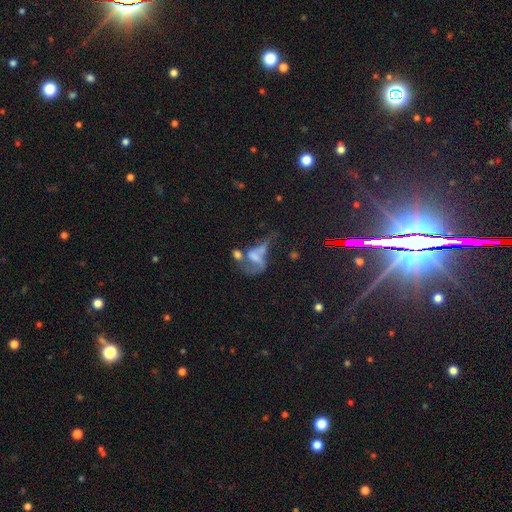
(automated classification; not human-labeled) smooth-or-featured: featured or disk: 49% | smooth: 36% | star or artifact: 16%
  merging: merger: 40% | major disturbance: 35% | none: 15% | minor disturbance: 11%